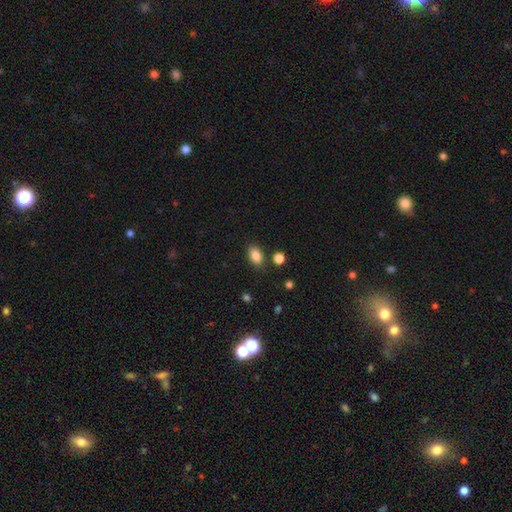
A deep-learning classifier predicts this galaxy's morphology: smooth 85%, star or artifact 9%, featured or disk 5%. Down the decision tree: how rounded — in between (86%); merging — none (81%).